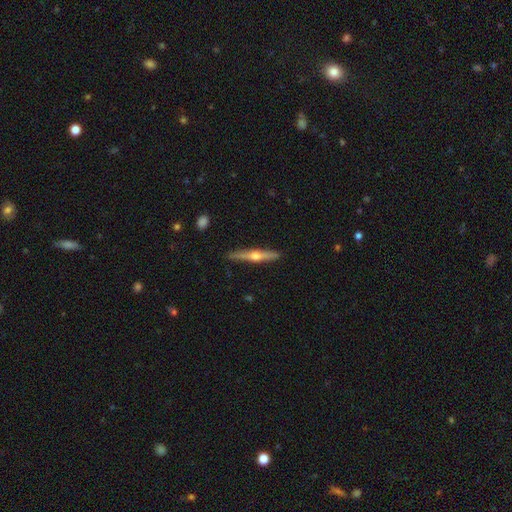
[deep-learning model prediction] The model was most divided on "smooth or featured": featured or disk: 72%, smooth: 23%, star or artifact: 5%. More confident: edge-on disk — yes (98%); edge-on bulge — rounded (94%); merging — none (90%).